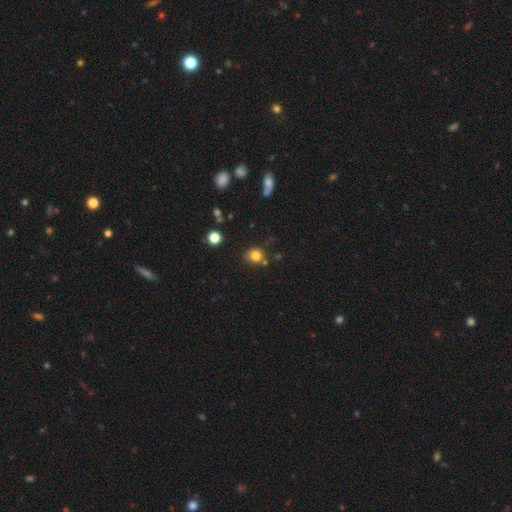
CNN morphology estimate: type=smooth (80%); roundness=round (73%); merging=none (70%).